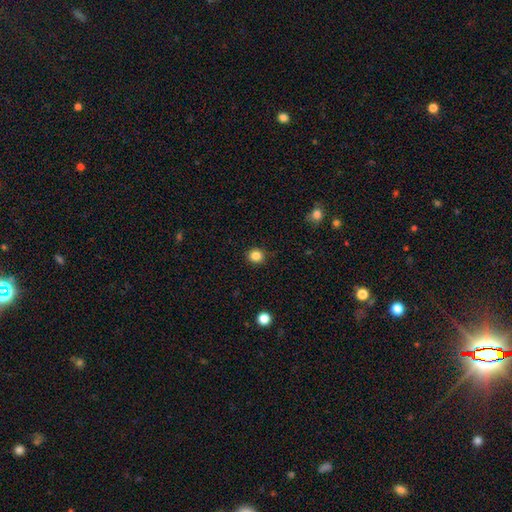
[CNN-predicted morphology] This is clearly a smooth galaxy (84%). How rounded: clearly round (88%). Merging: clearly none (89%).